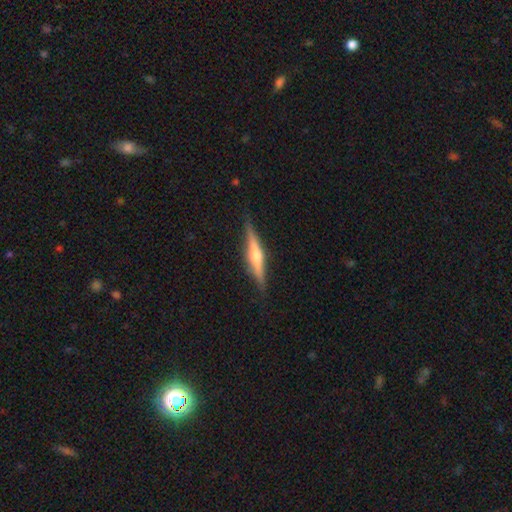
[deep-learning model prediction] Smooth or featured? featured or disk (70%)
Edge-on disk? yes (97%)
Edge-on bulge? rounded (88%)
Merging? none (89%)